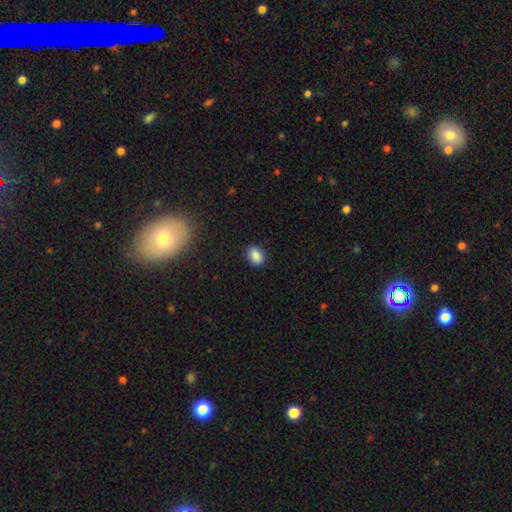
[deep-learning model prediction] Smooth or featured? Predicted: smooth (p=0.87). How rounded? Predicted: in between (p=0.79). Merging? Predicted: none (p=0.87).